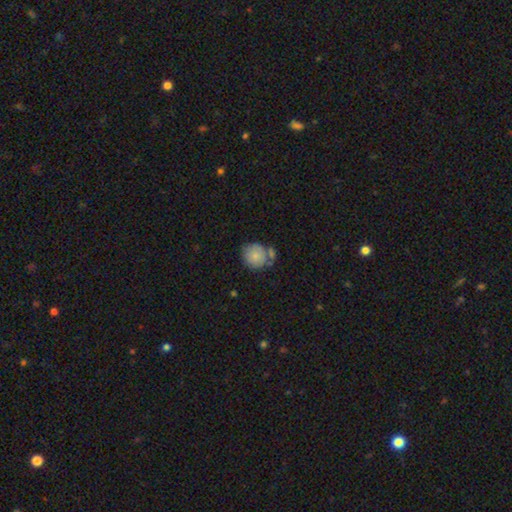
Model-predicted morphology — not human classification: This is clearly a smooth galaxy (80%). How rounded: clearly round (83%). Merging: possibly none (52%).